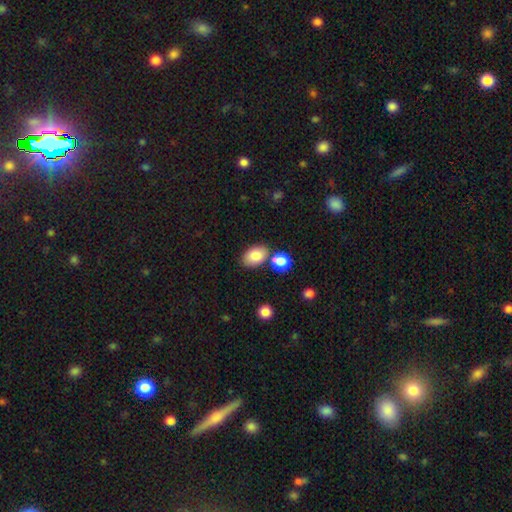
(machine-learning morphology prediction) smooth-or-featured: smooth: 84% | star or artifact: 8% | featured or disk: 8%
  how-rounded: in between: 88% | round: 11% | cigar-shaped: 1%
  merging: none: 71% | minor disturbance: 13% | merger: 13% | major disturbance: 3%